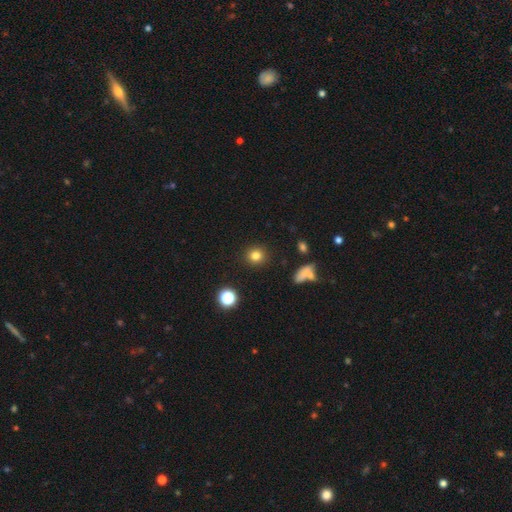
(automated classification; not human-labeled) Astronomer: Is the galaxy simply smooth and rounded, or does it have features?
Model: smooth — 80%.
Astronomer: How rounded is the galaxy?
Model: round — 90%.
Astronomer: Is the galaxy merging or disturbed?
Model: none — 90%.